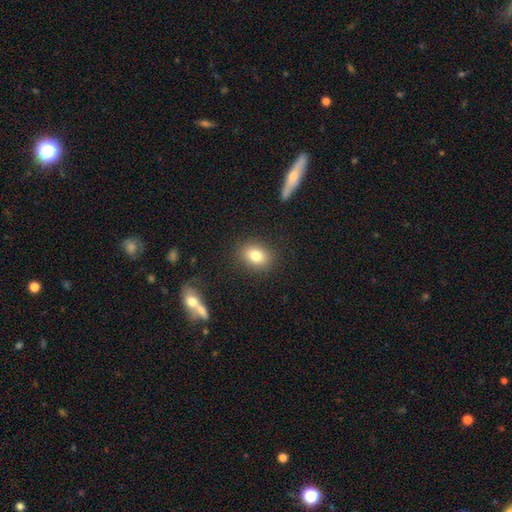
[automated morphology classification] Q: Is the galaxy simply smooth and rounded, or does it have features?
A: smooth — 80%.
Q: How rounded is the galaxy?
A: in between — 60%.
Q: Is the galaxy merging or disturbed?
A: none — 86%.